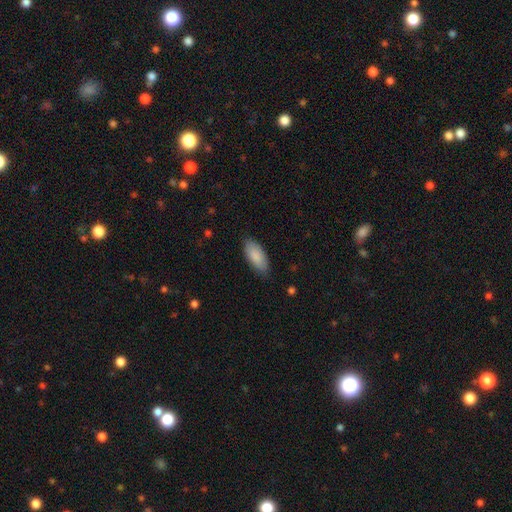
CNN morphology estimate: Q: Smooth or featured?
A: smooth (88%); runner-up: featured or disk (6%)
Q: How rounded?
A: in between (89%); runner-up: cigar-shaped (9%)
Q: Merging?
A: none (83%); runner-up: minor disturbance (13%)